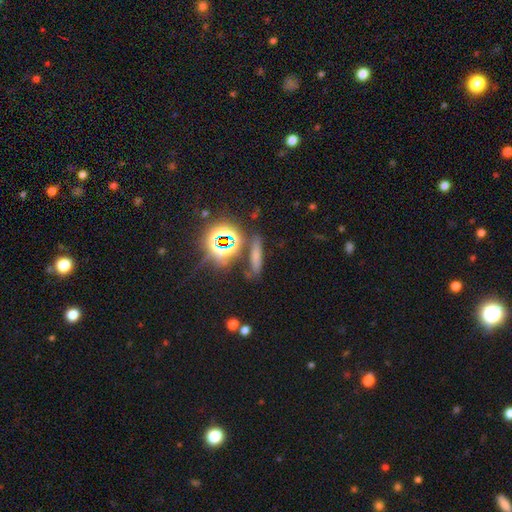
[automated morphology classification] The model was most divided on "smooth or featured": smooth: 54%, star or artifact: 31%, featured or disk: 14%. More confident: merging — none (75%); how rounded — cigar-shaped (71%).